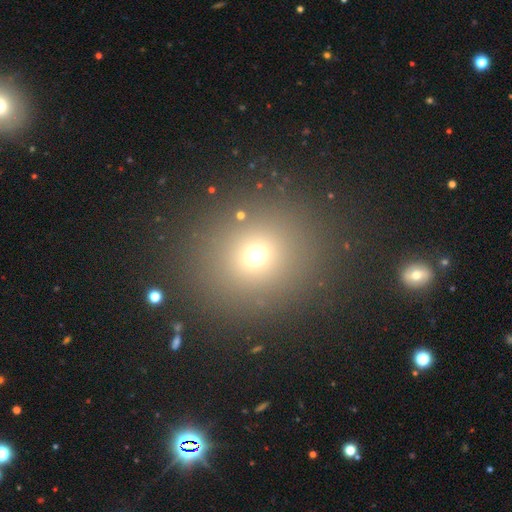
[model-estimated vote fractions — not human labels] A smooth galaxy with no disk features (67%) that is round (85%).

Vote fractions:
- Smooth or featured? smooth: 67% / star or artifact: 24% / featured or disk: 9%
- How rounded? round: 85% / in between: 14% / cigar-shaped: 1%
- Merging? none: 87% / minor disturbance: 7% / major disturbance: 4% / merger: 3%